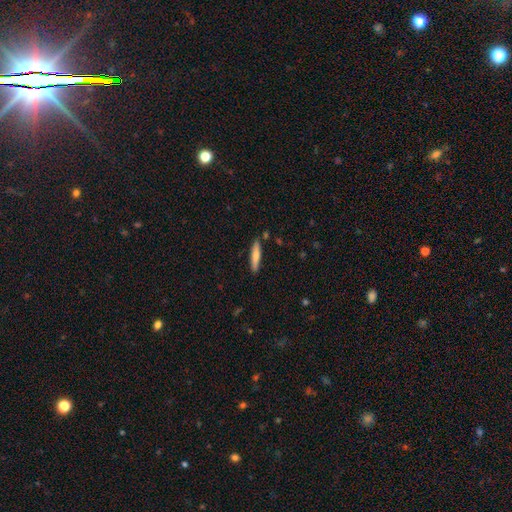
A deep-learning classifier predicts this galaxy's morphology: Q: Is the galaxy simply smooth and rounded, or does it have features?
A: smooth — 70%.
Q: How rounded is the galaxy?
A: cigar-shaped — 85%.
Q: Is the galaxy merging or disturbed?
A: none — 87%.